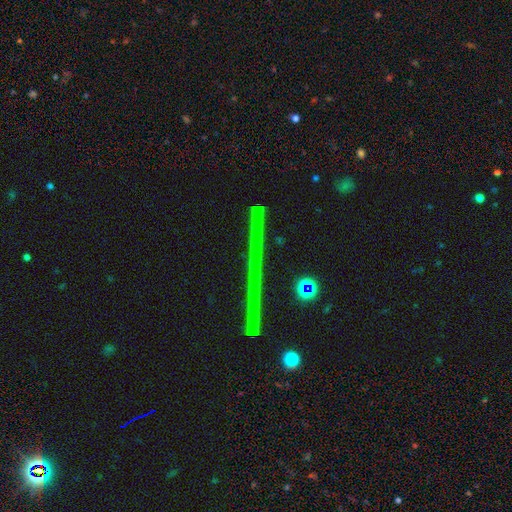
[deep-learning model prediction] Smooth or featured?
  - featured or disk: 50% *
  - star or artifact: 32%
  - smooth: 18%
Edge-on disk?
  - yes: 94% *
  - no: 6%
Merging?
  - none: 89% *
  - minor disturbance: 5%
  - merger: 3%
  - major disturbance: 2%